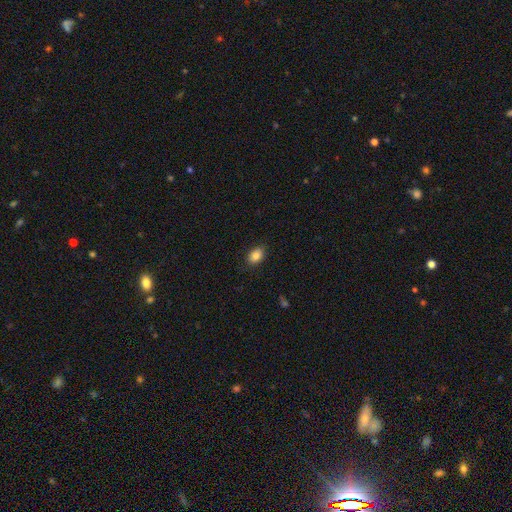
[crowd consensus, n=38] smooth 89%, featured or disk 5%, star or artifact 5%. Down the decision tree: how rounded — in between (74%); merging — none (89%).